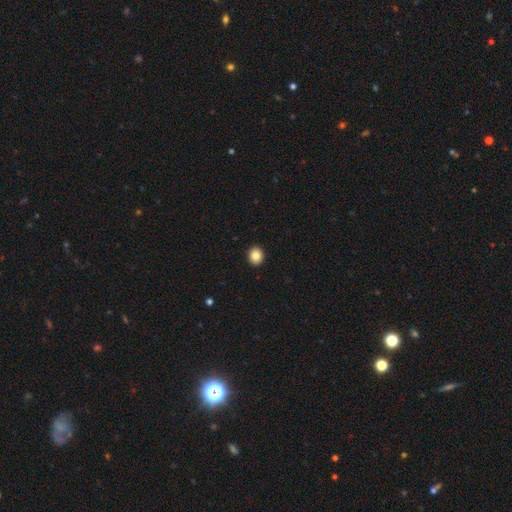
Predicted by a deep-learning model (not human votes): This appears to be a smooth galaxy with no disk features (85%) that is round (73%). Merging: none (93%).